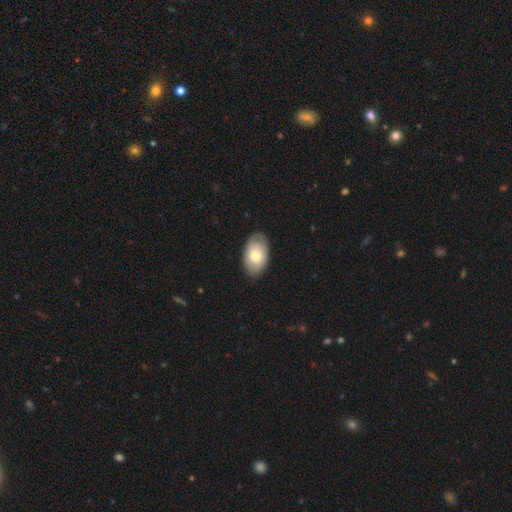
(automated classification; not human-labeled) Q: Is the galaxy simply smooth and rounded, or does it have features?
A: smooth — 68%.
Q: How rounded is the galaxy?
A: in between — 92%.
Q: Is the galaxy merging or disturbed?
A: none — 83%.